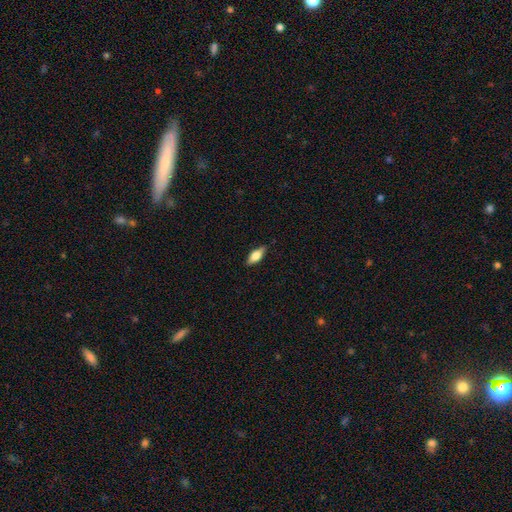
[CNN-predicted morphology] A smooth galaxy with no disk features (68%) that is in between round and cigar-shaped (74%).

Vote fractions:
- Smooth or featured? smooth: 68% / featured or disk: 25% / star or artifact: 7%
- How rounded? in between: 74% / cigar-shaped: 23% / round: 3%
- Merging? none: 84% / minor disturbance: 12% / major disturbance: 2% / merger: 1%